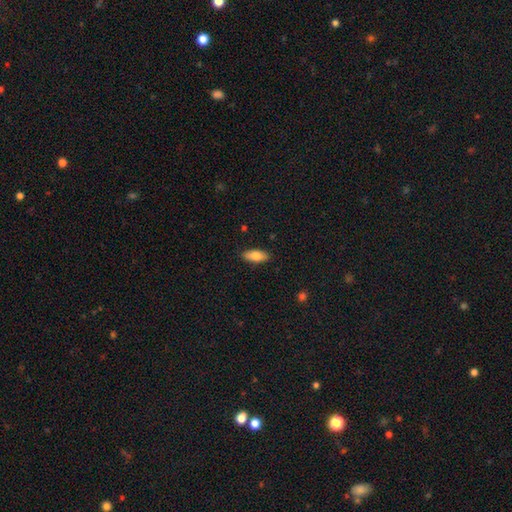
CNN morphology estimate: A smooth galaxy with no disk features (79%) that is in between round and cigar-shaped (80%).

Vote fractions:
- Smooth or featured? smooth: 79% / featured or disk: 14% / star or artifact: 6%
- How rounded? in between: 80% / cigar-shaped: 18% / round: 2%
- Merging? none: 88% / minor disturbance: 9% / major disturbance: 2% / merger: 1%